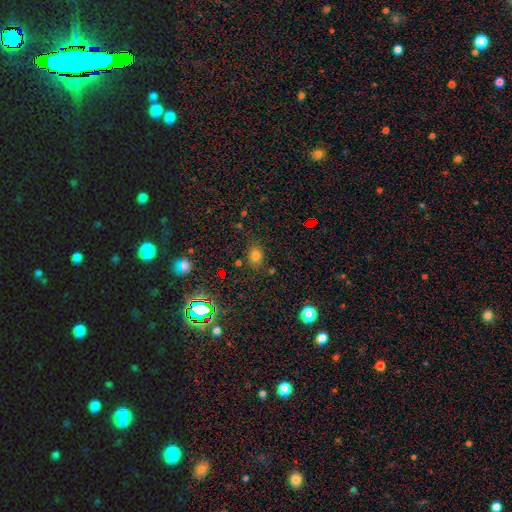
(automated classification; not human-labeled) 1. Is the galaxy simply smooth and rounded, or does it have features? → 71% smooth, 22% star or artifact, 8% featured or disk.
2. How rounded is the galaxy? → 64% in between, 35% round, 2% cigar-shaped.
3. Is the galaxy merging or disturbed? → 78% none, 13% minor disturbance, 5% major disturbance, 4% merger.